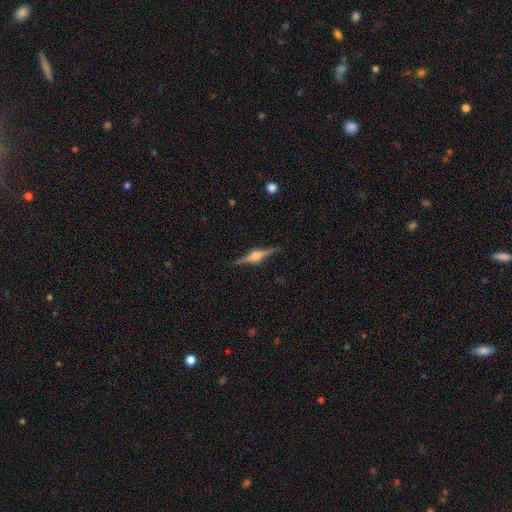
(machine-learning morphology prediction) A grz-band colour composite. It shows a featured or disk galaxy (84%) viewed edge-on (98%) with a rounded central bulge (90%). Merging: none (90%).